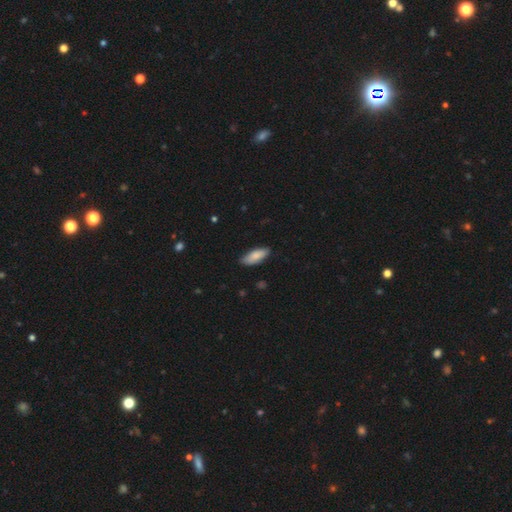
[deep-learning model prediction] This appears to be a smooth galaxy with no disk features (85%) that is in between round and cigar-shaped (74%). Merging: none (85%).